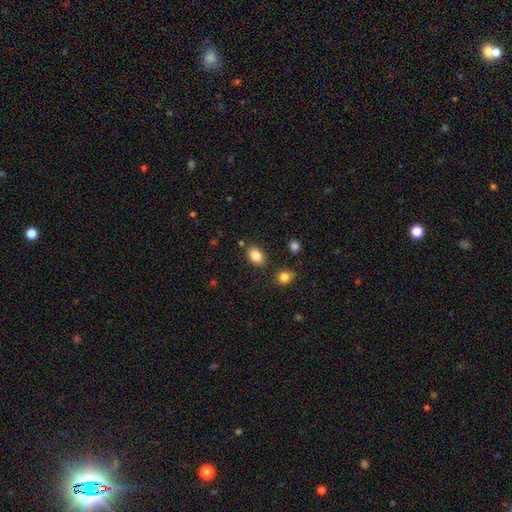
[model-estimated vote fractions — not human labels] smooth_or_featured: smooth (p=0.84) [alt: star or artifact p=0.09]
how_rounded: in between (p=0.82) [alt: round p=0.17]
merging: none (p=0.84) [alt: minor disturbance p=0.10]